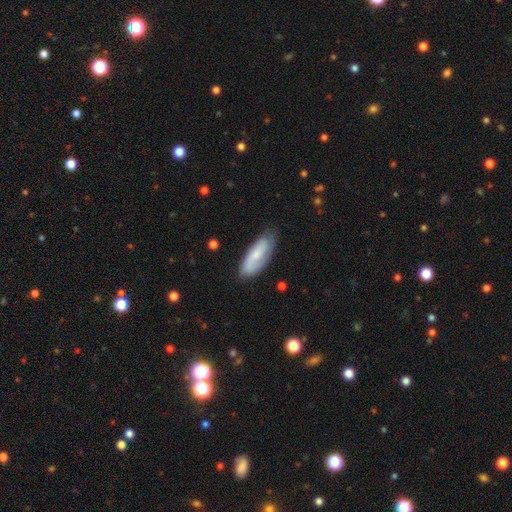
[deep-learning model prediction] smooth_or_featured: smooth (p=0.51) [alt: featured or disk p=0.43]
how_rounded: in between (p=0.69) [alt: cigar-shaped p=0.29]
merging: none (p=0.72) [alt: minor disturbance p=0.21]